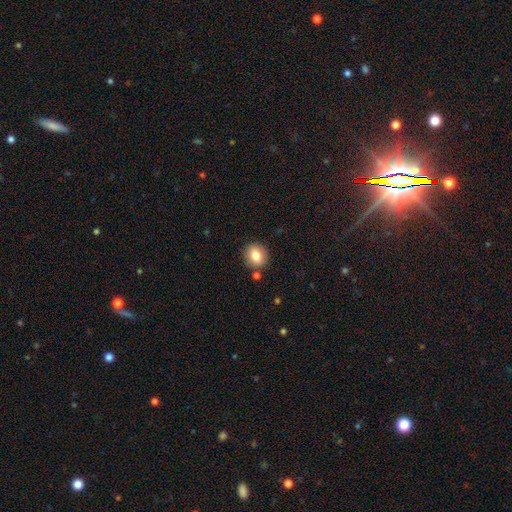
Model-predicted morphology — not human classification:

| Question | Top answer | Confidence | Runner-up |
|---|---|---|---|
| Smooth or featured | smooth | 80% | featured or disk (11%) |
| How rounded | round | 74% | in between (25%) |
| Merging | none | 84% | minor disturbance (9%) |